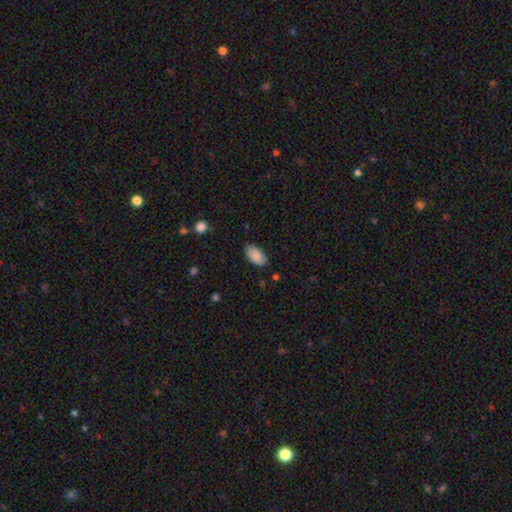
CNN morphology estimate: Smooth or featured?
  - smooth: 89% *
  - star or artifact: 7%
  - featured or disk: 4%
How rounded?
  - in between: 95% *
  - round: 3%
  - cigar-shaped: 2%
Merging?
  - none: 84% *
  - minor disturbance: 12%
  - major disturbance: 3%
  - merger: 1%